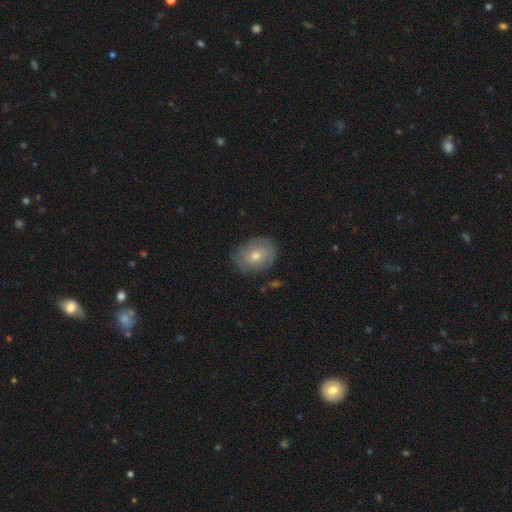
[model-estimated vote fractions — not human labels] A smooth galaxy with no disk features (57%) that is in between round and cigar-shaped (62%).

Vote fractions:
- Smooth or featured? smooth: 57% / featured or disk: 33% / star or artifact: 10%
- How rounded? in between: 62% / round: 37% / cigar-shaped: 1%
- Merging? none: 80% / minor disturbance: 15% / major disturbance: 3% / merger: 1%